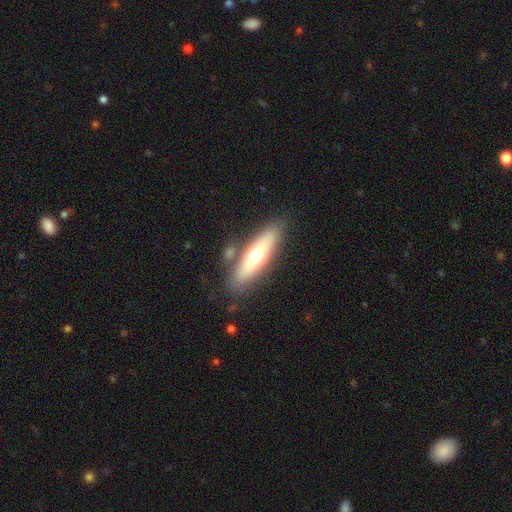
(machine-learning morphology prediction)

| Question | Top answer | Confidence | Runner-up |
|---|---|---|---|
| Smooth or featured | smooth | 57% | featured or disk (37%) |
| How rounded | cigar-shaped | 66% | in between (32%) |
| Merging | none | 80% | minor disturbance (11%) |